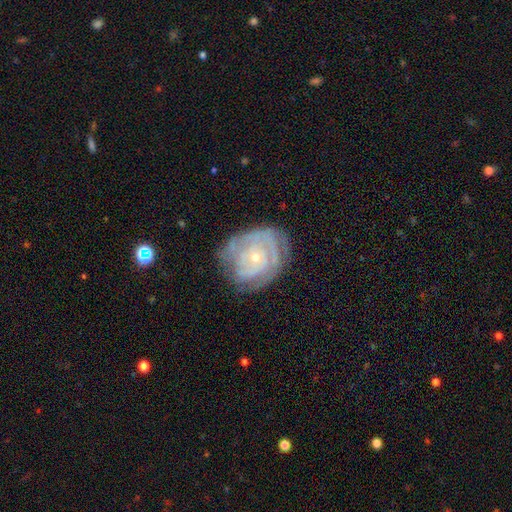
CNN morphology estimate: Smooth or featured: featured or disk — 76% (smooth — 13%)
Edge-on disk: no — 97% (yes — 3%)
Bar: no — 74% (weak — 20%)
Spiral arms: yes — 91% (no — 9%)
Spiral winding: tight — 78% (medium — 18%)
Spiral arm count: can't tell — 39% (2 — 19%)
Bulge size: small — 74% (moderate — 22%)
Merging: none — 73% (minor disturbance — 19%)